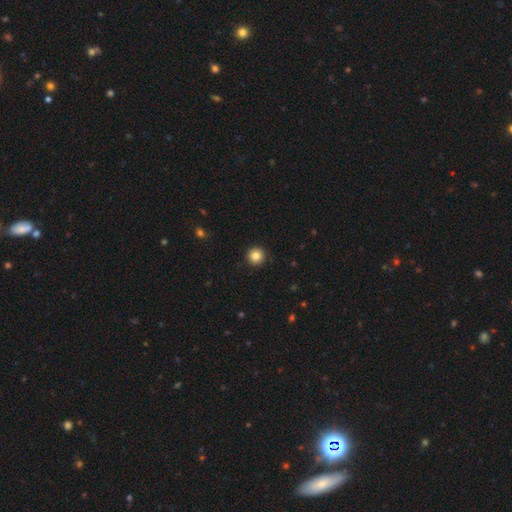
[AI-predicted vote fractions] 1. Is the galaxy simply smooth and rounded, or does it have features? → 84% smooth, 10% star or artifact, 6% featured or disk.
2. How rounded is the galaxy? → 96% round, 3% in between, 1% cigar-shaped.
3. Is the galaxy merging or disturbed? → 93% none, 5% minor disturbance, 2% major disturbance, 1% merger.